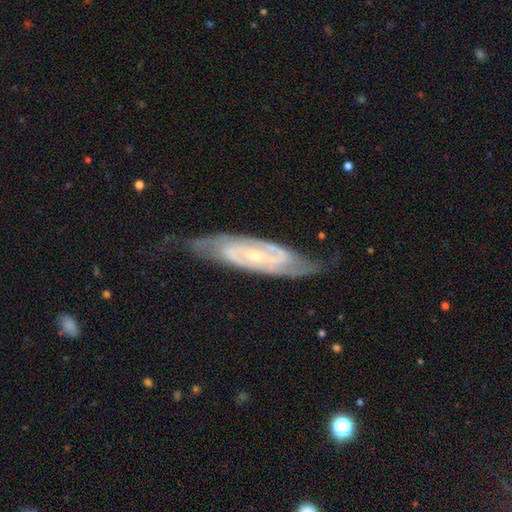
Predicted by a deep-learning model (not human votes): This is clearly a featured or disk galaxy (87%). It is clearly not viewed edge-on (87%). Bar: marginally no (45%). Spiral arm pattern: clearly yes (97%). Spiral arm count: likely 2 (68%). Spiral winding: likely tight (61%). Central bulge: likely small (72%). Merging: likely none (70%).